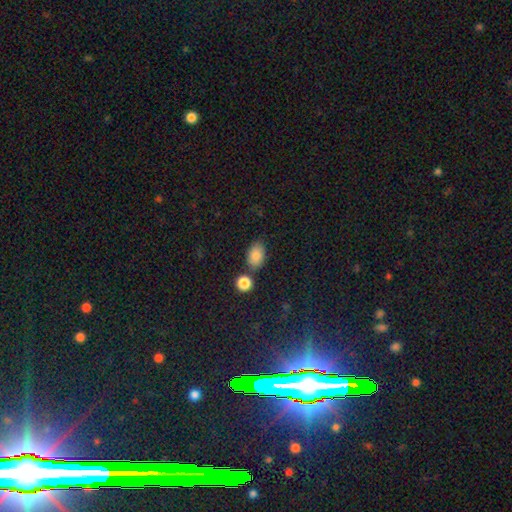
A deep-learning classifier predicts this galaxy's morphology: A smooth galaxy with no disk features (85%) that is in between round and cigar-shaped (85%). Merging: none (71%).